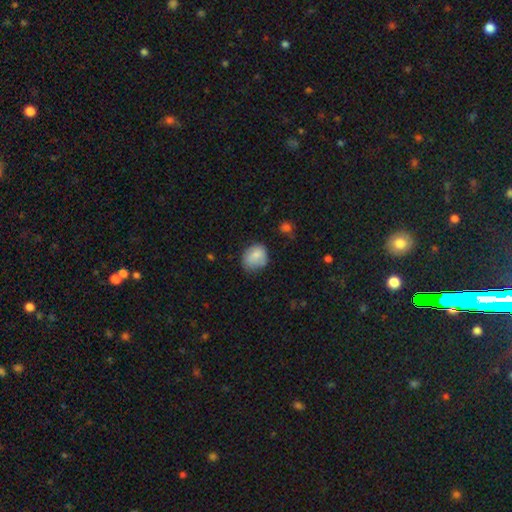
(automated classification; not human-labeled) This is likely a smooth galaxy (80%). How rounded: possibly round (59%). Merging: possibly none (58%).